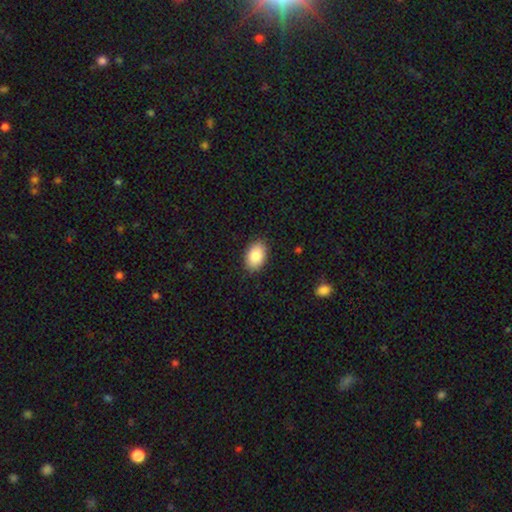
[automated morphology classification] Smooth or featured? smooth (86%)
How rounded? in between (88%)
Merging? none (88%)